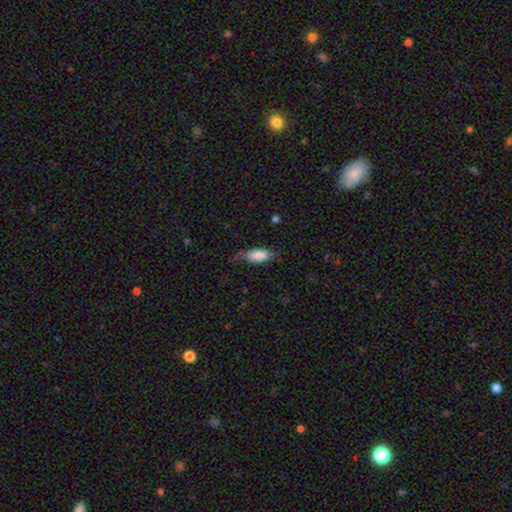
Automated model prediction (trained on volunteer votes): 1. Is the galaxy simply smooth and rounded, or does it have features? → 82% smooth, 12% featured or disk, 7% star or artifact.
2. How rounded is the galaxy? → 79% in between, 19% cigar-shaped, 2% round.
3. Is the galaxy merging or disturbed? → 57% none, 31% minor disturbance, 10% major disturbance, 2% merger.